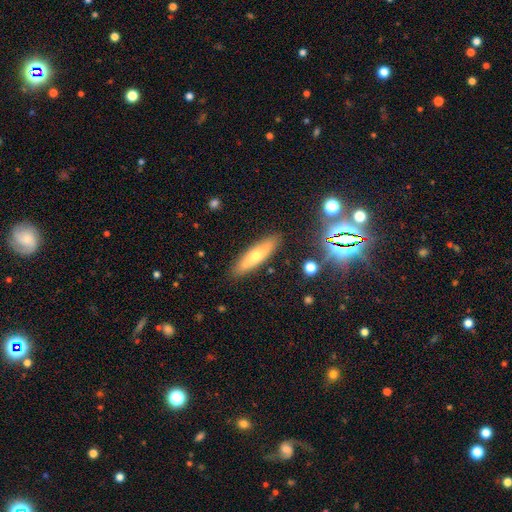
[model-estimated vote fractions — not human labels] smooth_or_featured: smooth (p=0.56) [alt: featured or disk p=0.35]
how_rounded: cigar-shaped (p=0.70) [alt: in between p=0.28]
merging: none (p=0.88) [alt: minor disturbance p=0.09]